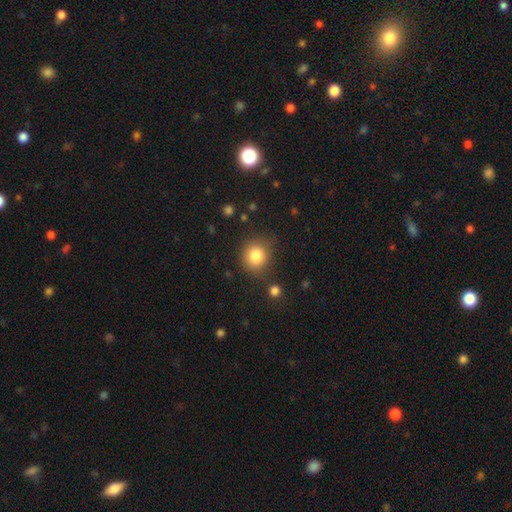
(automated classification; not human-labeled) Smooth or featured? smooth (82%)
How rounded? round (87%)
Merging? none (78%)